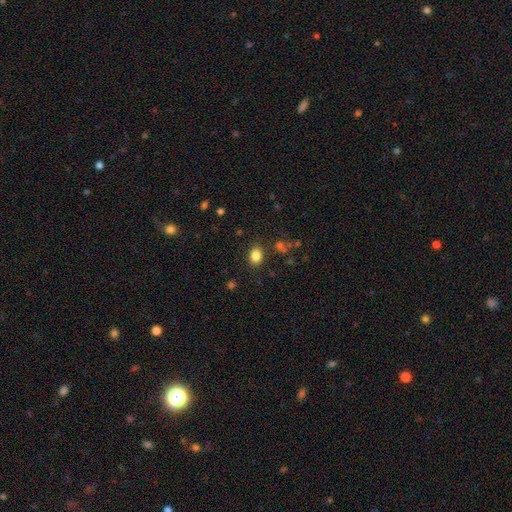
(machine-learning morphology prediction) Smooth or featured? smooth (83%)
How rounded? in between (58%)
Merging? none (84%)